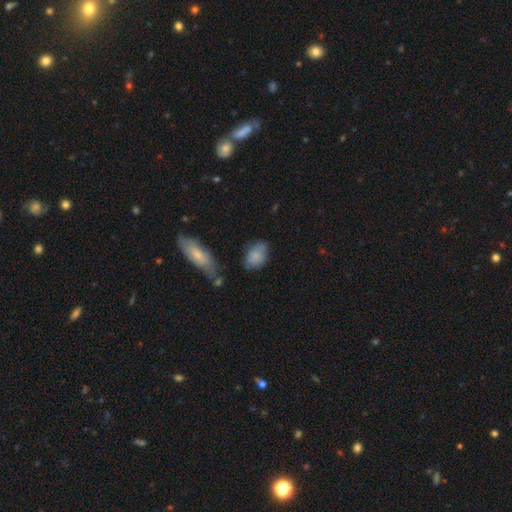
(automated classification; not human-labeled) This is likely a smooth galaxy (80%). How rounded: clearly in between (85%). Merging: likely none (62%).